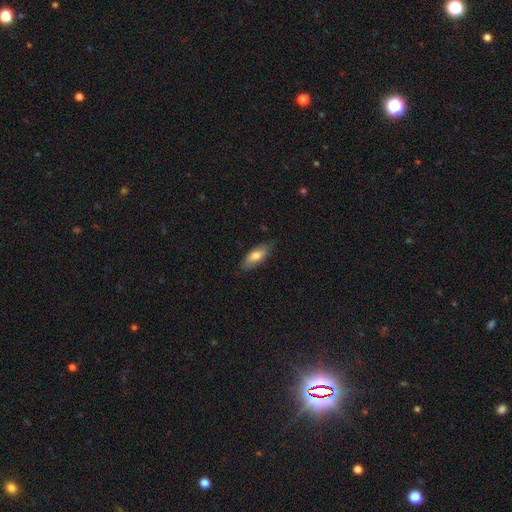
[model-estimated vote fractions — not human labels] A smooth galaxy with no disk features (72%) that is in between round and cigar-shaped (74%). Merging: none (78%).